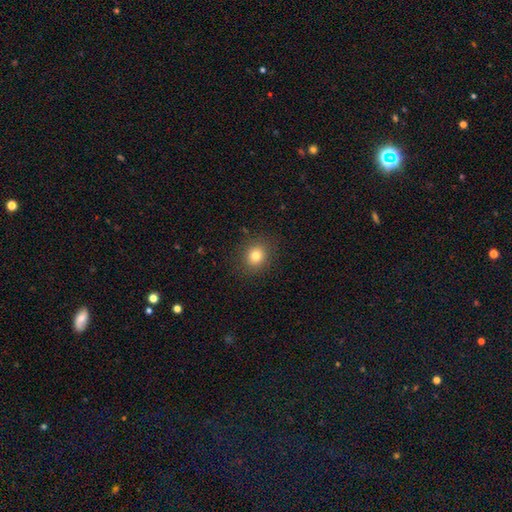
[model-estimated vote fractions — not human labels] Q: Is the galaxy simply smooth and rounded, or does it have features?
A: smooth — 80%.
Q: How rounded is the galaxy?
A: round — 74%.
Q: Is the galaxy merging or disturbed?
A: none — 87%.